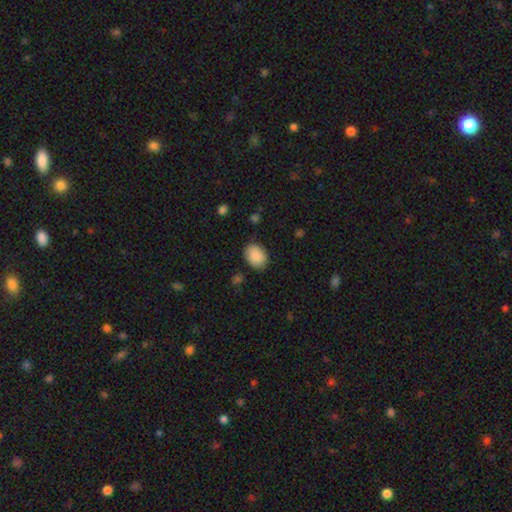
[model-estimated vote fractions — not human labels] Smooth or featured: smooth — 89% (star or artifact — 7%)
How rounded: in between — 68% (round — 31%)
Merging: none — 83% (minor disturbance — 13%)